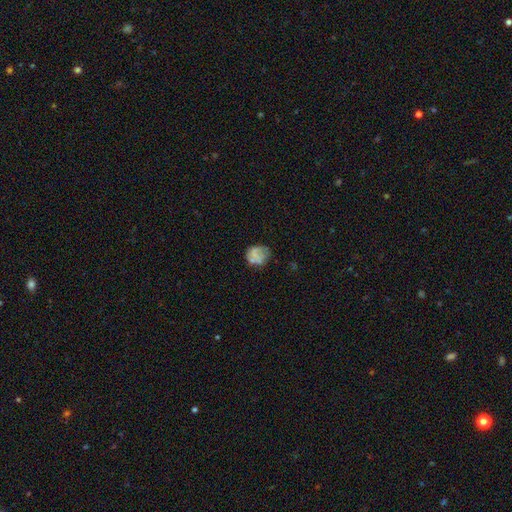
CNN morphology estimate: Smooth or featured? smooth (54%)
How rounded? round (59%)
Merging? none (53%)